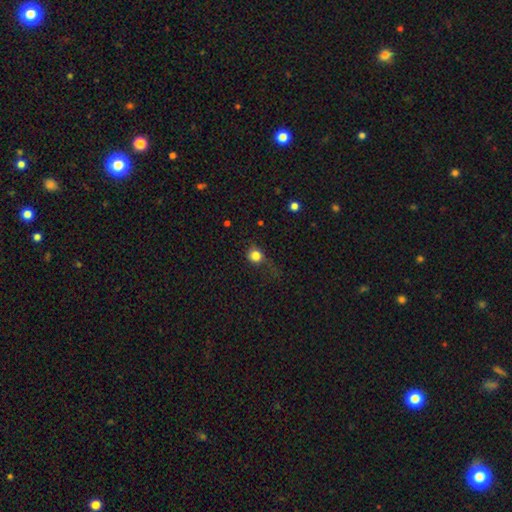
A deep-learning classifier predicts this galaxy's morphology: smooth_or_featured: smooth (p=0.81) [alt: star or artifact p=0.11]
how_rounded: round (p=0.83) [alt: in between p=0.16]
merging: none (p=0.47) [alt: major disturbance p=0.25]